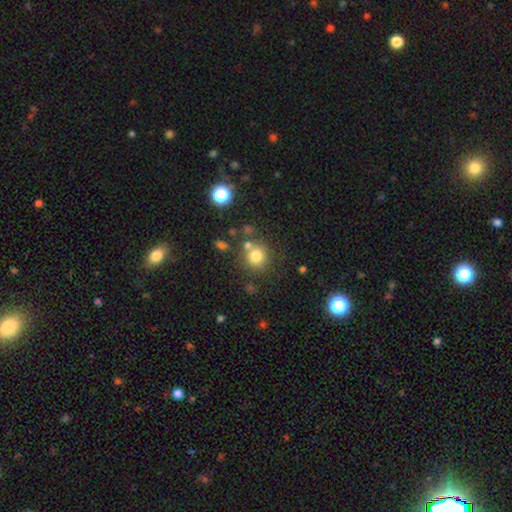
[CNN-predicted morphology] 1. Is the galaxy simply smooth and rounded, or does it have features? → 77% smooth, 14% star or artifact, 9% featured or disk.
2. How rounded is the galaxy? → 88% round, 11% in between, 1% cigar-shaped.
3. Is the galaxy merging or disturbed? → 70% none, 14% merger, 11% minor disturbance, 5% major disturbance.